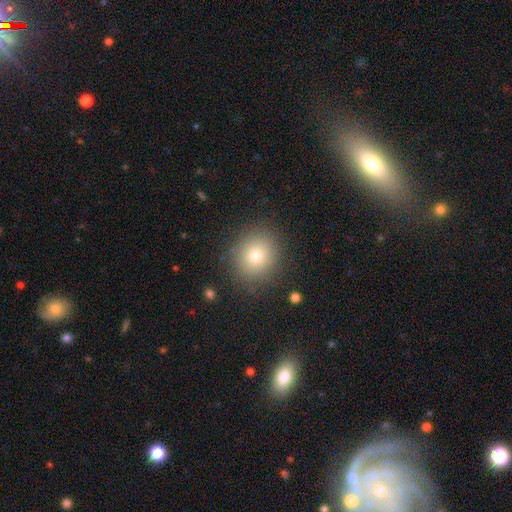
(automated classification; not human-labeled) smooth_or_featured: smooth (p=0.76) [alt: star or artifact p=0.13]
how_rounded: round (p=0.78) [alt: in between p=0.21]
merging: none (p=0.86) [alt: minor disturbance p=0.09]